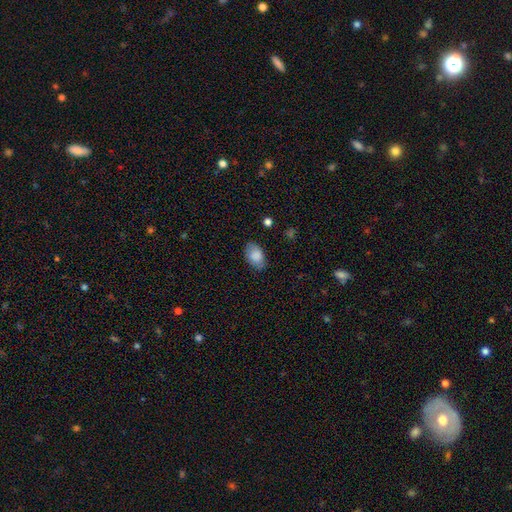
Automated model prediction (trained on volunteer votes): A smooth galaxy with no disk features (84%) that is in between round and cigar-shaped (89%). Merging: none (78%).